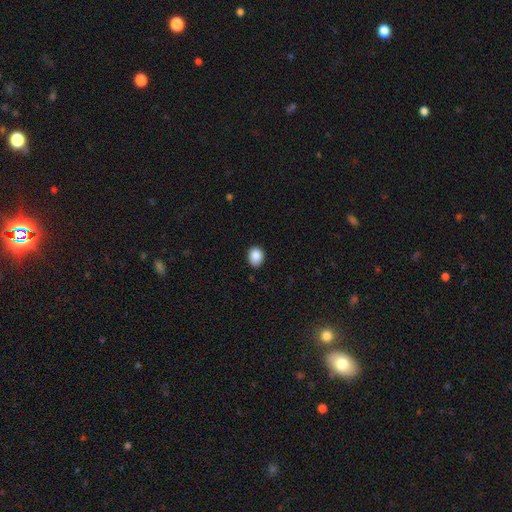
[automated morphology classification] The model was most divided on "how rounded": in between: 51%, round: 49%, cigar-shaped: 1%. More confident: smooth or featured — smooth (88%); merging — none (86%).